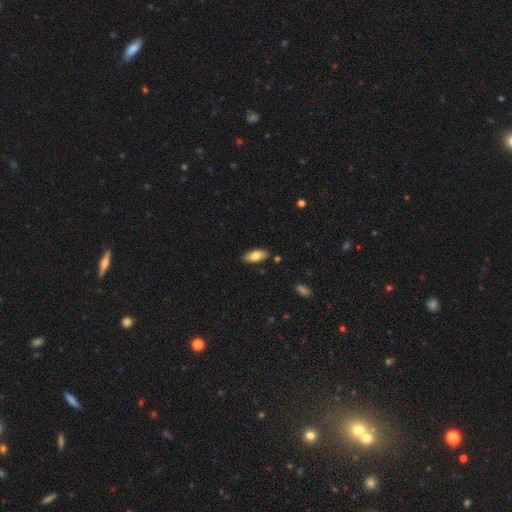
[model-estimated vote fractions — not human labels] Q: Smooth or featured?
A: smooth (79%); runner-up: featured or disk (15%)
Q: How rounded?
A: in between (86%); runner-up: cigar-shaped (12%)
Q: Merging?
A: none (86%); runner-up: minor disturbance (10%)